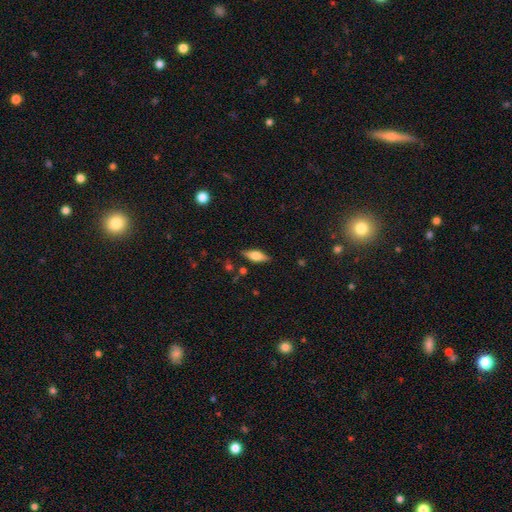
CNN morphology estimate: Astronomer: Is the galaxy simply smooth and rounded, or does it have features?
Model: smooth — 50% (runner-up: featured or disk, 43%).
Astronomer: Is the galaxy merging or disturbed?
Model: none — 84%.